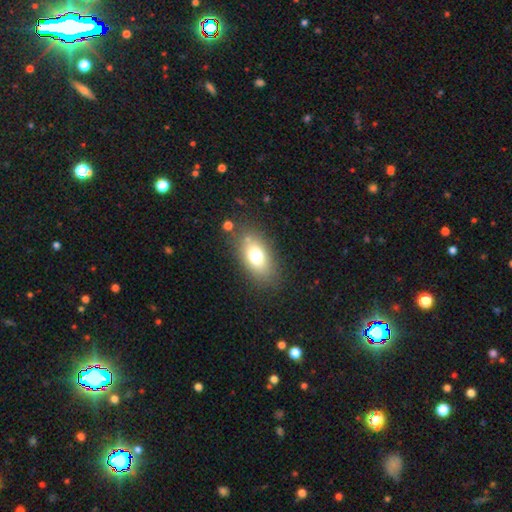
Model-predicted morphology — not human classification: The model was most divided on "smooth or featured": smooth: 72%, featured or disk: 17%, star or artifact: 11%. More confident: how rounded — in between (85%); merging — none (78%).